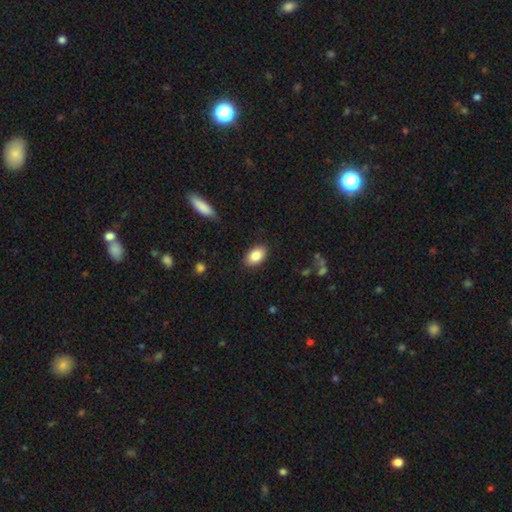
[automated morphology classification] Smooth or featured: smooth — 87% (star or artifact — 7%)
How rounded: in between — 91% (round — 8%)
Merging: none — 87% (minor disturbance — 9%)